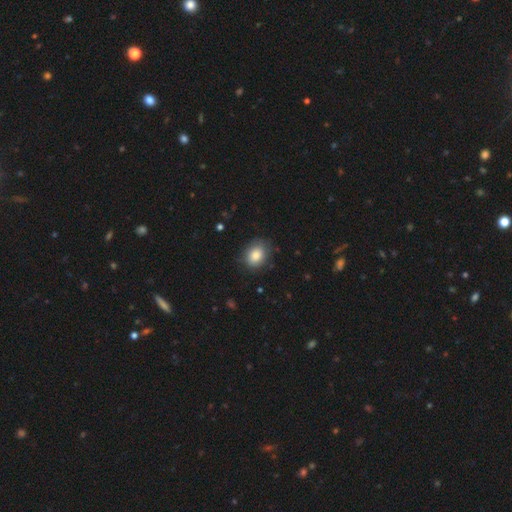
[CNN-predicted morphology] Smooth or featured? smooth (85%)
How rounded? in between (61%)
Merging? none (80%)